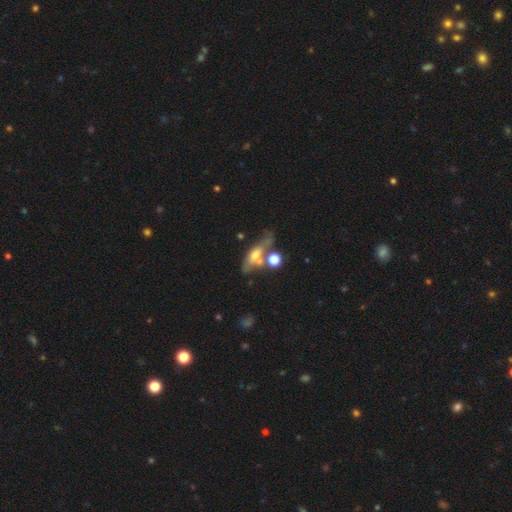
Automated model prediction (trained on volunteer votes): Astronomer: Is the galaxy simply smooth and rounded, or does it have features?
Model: featured or disk — 45% (runner-up: smooth, 44%).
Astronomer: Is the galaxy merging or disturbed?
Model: none — 36% (runner-up: merger, 32%).